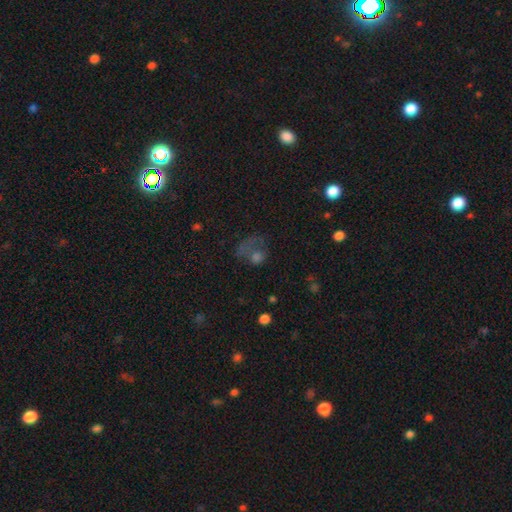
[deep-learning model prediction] The model was most divided on "merging": major disturbance: 38%, none: 35%, minor disturbance: 17%, merger: 10%. Remaining: smooth or featured — smooth (46%).